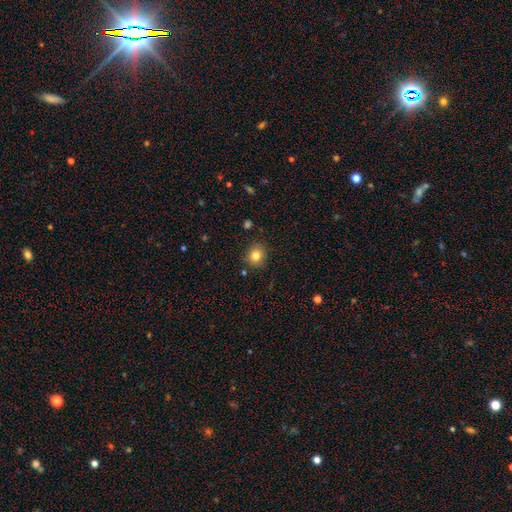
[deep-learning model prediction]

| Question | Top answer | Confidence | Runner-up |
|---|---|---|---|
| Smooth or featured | smooth | 82% | star or artifact (12%) |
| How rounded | round | 81% | in between (18%) |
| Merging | none | 86% | minor disturbance (10%) |